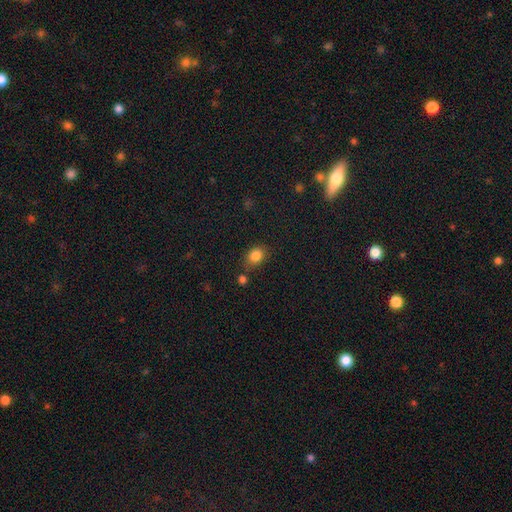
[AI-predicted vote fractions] Smooth or featured? smooth (84%)
How rounded? in between (55%)
Merging? none (73%)